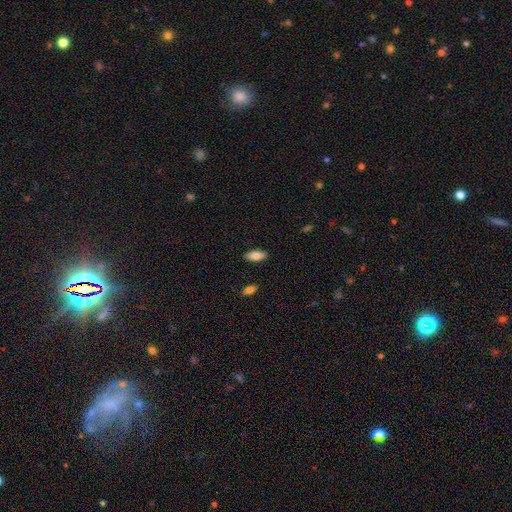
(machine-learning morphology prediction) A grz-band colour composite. It shows a smooth galaxy with no disk features (81%) that is in between round and cigar-shaped (83%). Merging: none (88%).